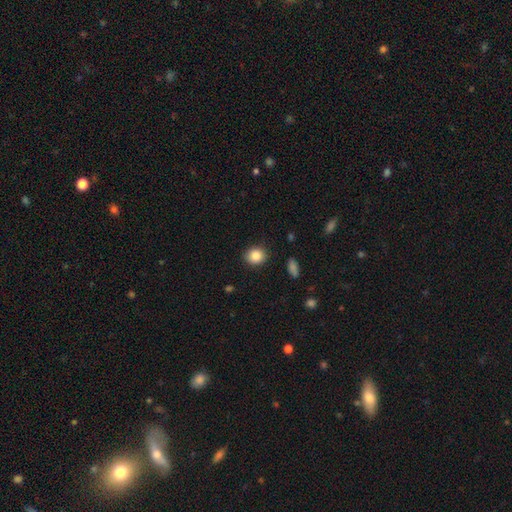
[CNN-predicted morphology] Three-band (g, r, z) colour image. It shows a smooth galaxy with no disk features (85%) that is round (73%). Merging: none (89%).